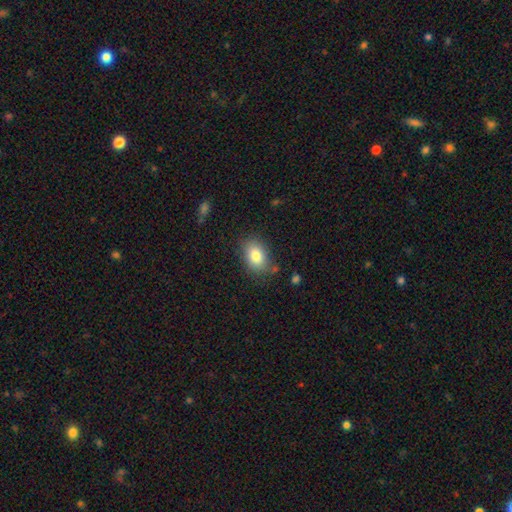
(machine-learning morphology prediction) Smooth or featured? Predicted: smooth (p=0.82). How rounded? Predicted: in between (p=0.82). Merging? Predicted: none (p=0.78).